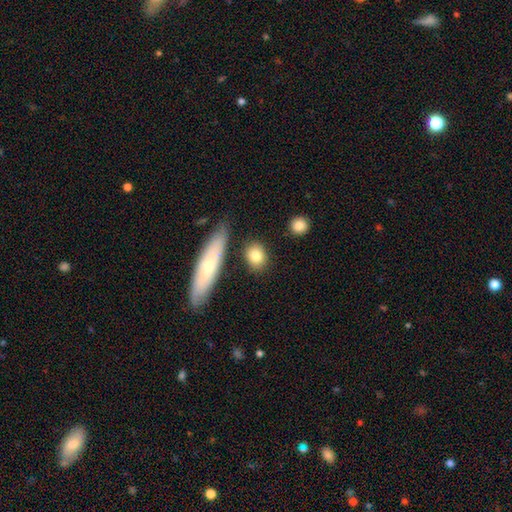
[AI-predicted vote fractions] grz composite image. It shows a smooth galaxy with no disk features (81%) that is round (49%). Merging: none (82%).